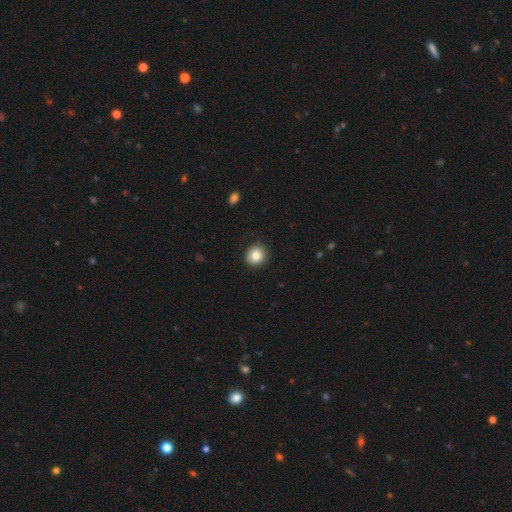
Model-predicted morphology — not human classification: The model was most divided on "how rounded": round: 86%, in between: 13%, cigar-shaped: 1%. More confident: merging — none (88%); smooth or featured — smooth (84%).